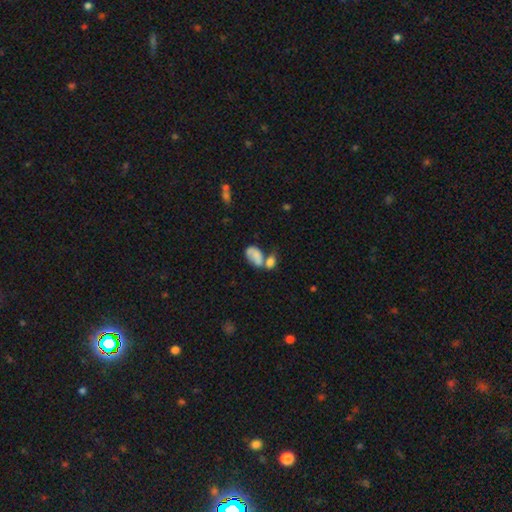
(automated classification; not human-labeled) The model was most divided on "merging": merger: 55%, none: 22%, minor disturbance: 14%, major disturbance: 10%. More confident: how rounded — in between (90%); smooth or featured — smooth (68%).